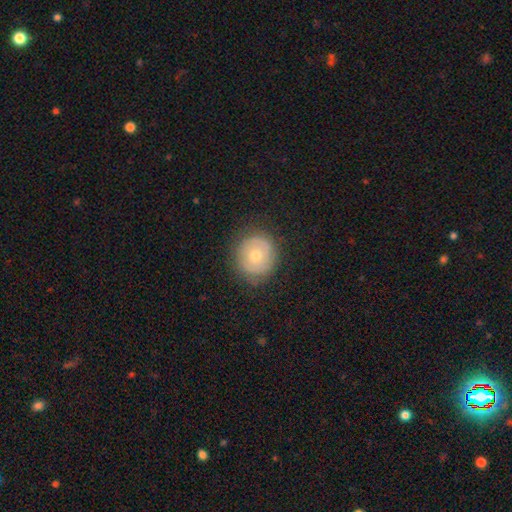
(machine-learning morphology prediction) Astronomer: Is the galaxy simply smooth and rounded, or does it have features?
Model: smooth — 55% (runner-up: featured or disk, 37%).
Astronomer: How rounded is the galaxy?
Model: round — 90%.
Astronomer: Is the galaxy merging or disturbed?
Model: none — 83%.